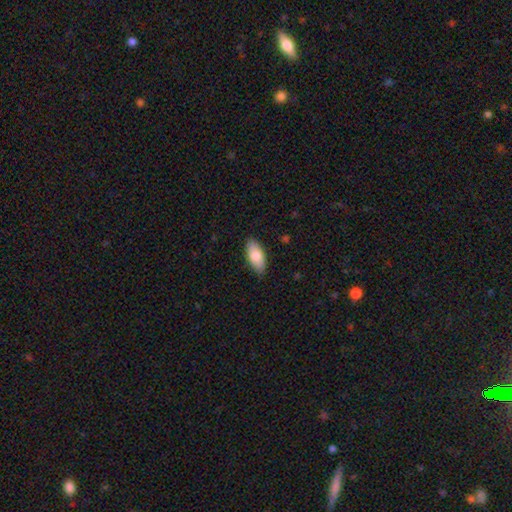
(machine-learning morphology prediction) smooth_or_featured: smooth (p=0.81) [alt: featured or disk p=0.13]
how_rounded: in between (p=0.90) [alt: cigar-shaped p=0.08]
merging: none (p=0.85) [alt: minor disturbance p=0.12]